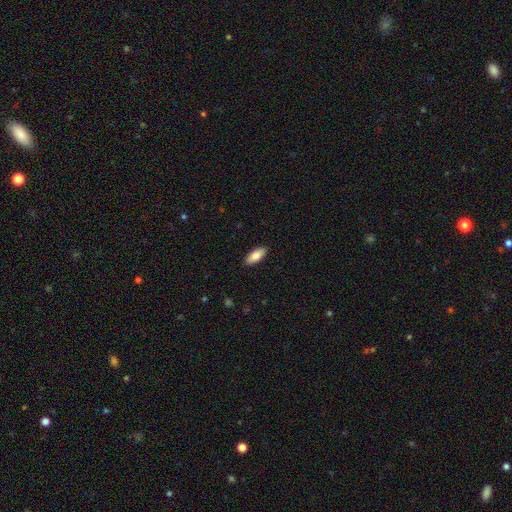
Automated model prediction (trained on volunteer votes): Smooth or featured? smooth (86%)
How rounded? in between (81%)
Merging? none (90%)